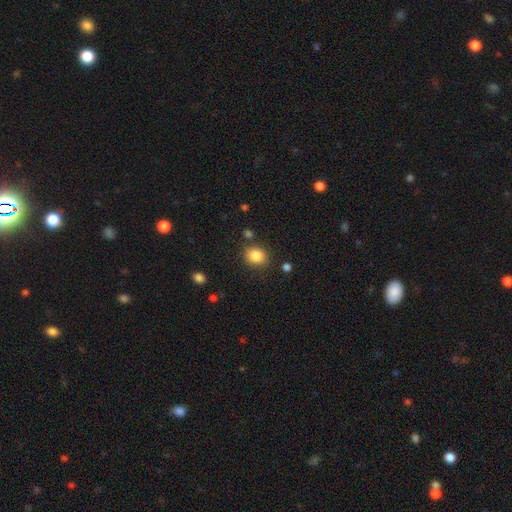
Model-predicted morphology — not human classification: Smooth or featured? smooth (85%)
How rounded? round (65%)
Merging? none (81%)